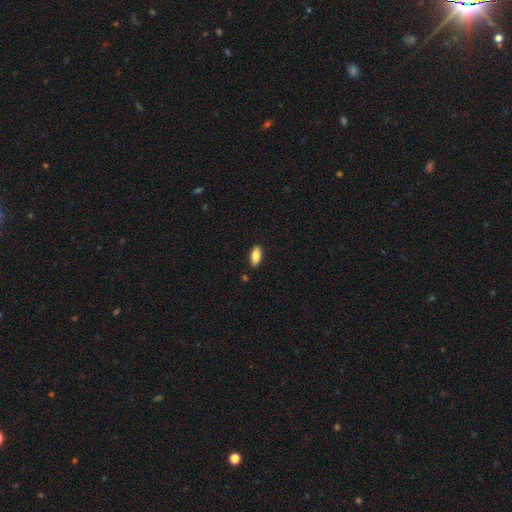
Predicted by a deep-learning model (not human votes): This appears to be a smooth galaxy with no disk features (81%) that is in between round and cigar-shaped (87%). Merging: none (88%).